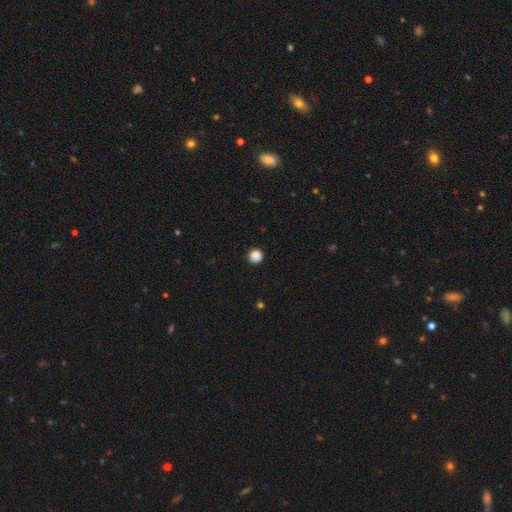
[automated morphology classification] Overall: smooth (88%). How rounded: round (94%). Merging: none (92%).